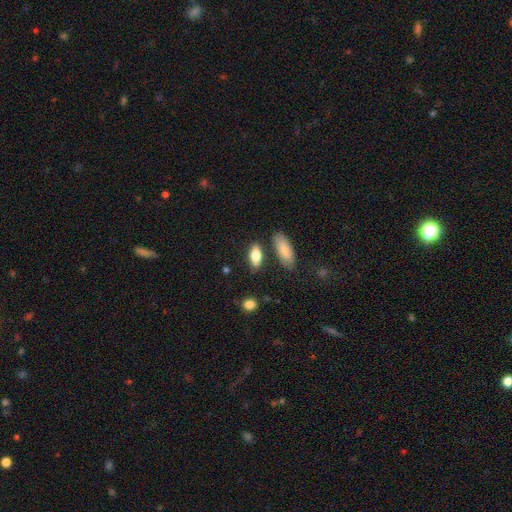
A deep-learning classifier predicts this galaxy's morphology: type=smooth (78%); roundness=in between (78%); merging=none (76%).